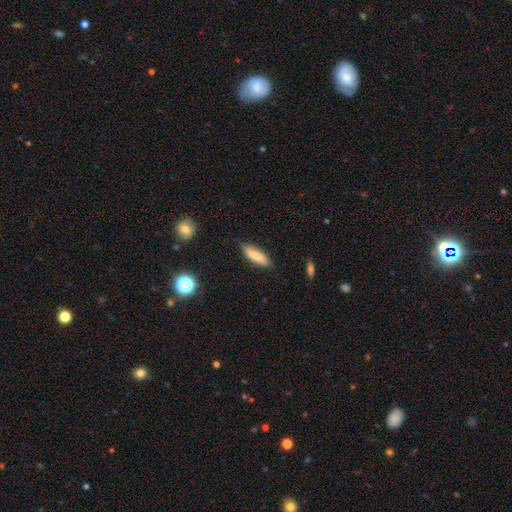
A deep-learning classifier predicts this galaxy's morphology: A smooth galaxy with no disk features (75%) that is in between round and cigar-shaped (55%). Merging: none (82%).